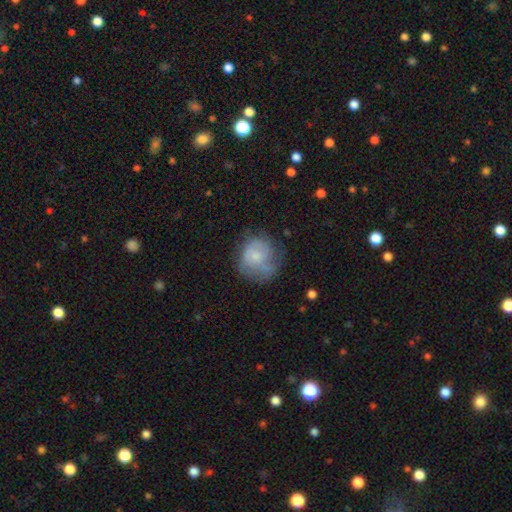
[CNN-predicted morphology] type=smooth (53%); roundness=round (75%); merging=none (46%).